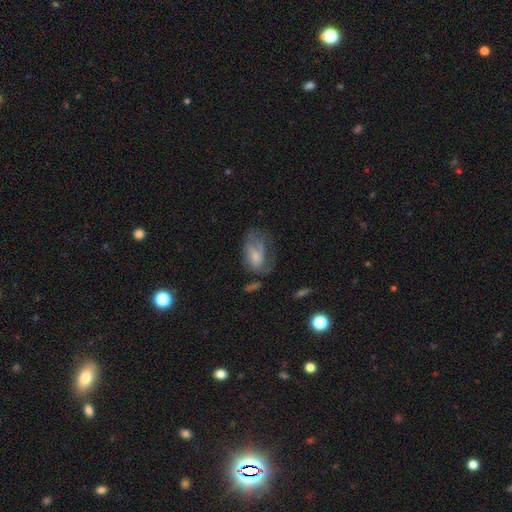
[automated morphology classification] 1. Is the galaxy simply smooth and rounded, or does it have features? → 49% featured or disk, 42% smooth, 8% star or artifact.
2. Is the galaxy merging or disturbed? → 40% major disturbance, 31% none, 25% minor disturbance, 4% merger.